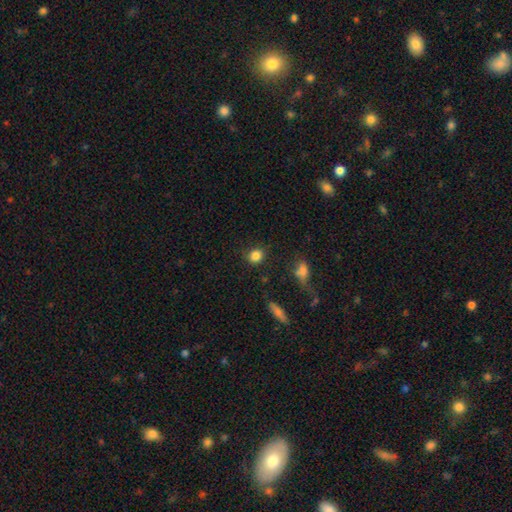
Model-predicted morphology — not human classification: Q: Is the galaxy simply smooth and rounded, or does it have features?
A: smooth — 84%.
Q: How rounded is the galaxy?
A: round — 73%.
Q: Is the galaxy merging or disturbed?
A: none — 84%.